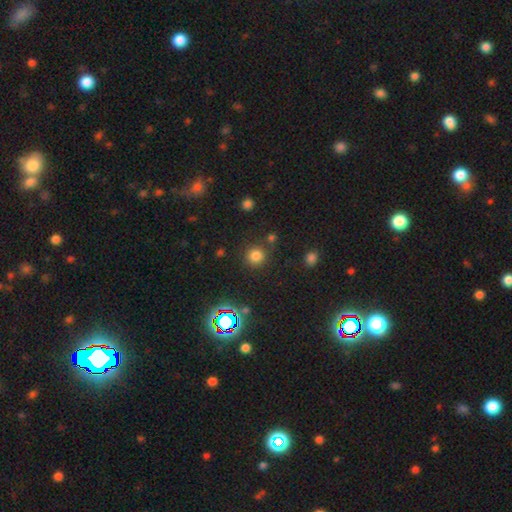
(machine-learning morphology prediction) The model was most divided on "smooth or featured": smooth: 73%, star or artifact: 21%, featured or disk: 6%. More confident: how rounded — round (92%); merging — none (82%).